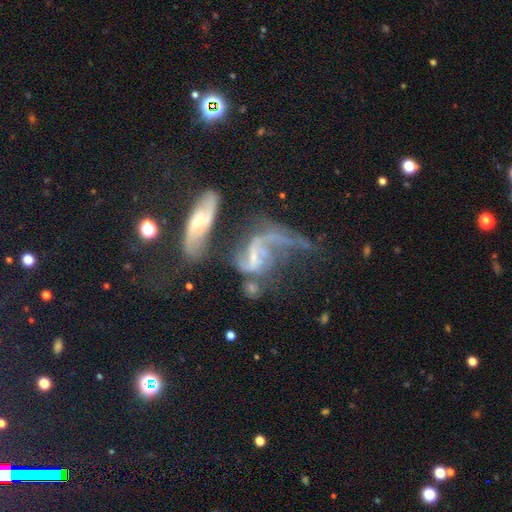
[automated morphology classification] smooth-or-featured: featured or disk: 78% | smooth: 12% | star or artifact: 10%
  disk-edge-on: no: 94% | yes: 6%
    bar: no: 43% | weak: 38% | strong: 18%
    has-spiral-arms: yes: 81% | no: 19%
      spiral-winding: loose: 70% | medium: 23% | tight: 8%
      spiral-arm-count: 2: 60% | 1: 19% | can't tell: 13% | 3: 4% | 4: 2% | more than 4: 2%
    bulge-size: small: 56% | none: 20% | moderate: 20% | large: 2% | dominant: 1%
  merging: merger: 47% | major disturbance: 28% | none: 15% | minor disturbance: 10%